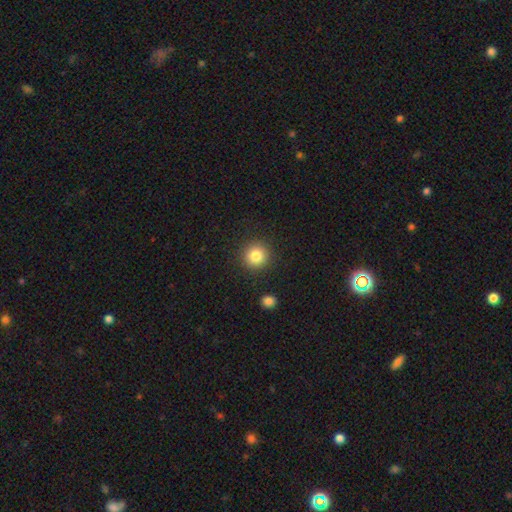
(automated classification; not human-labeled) Smooth or featured: smooth — 83% (star or artifact — 10%)
How rounded: round — 94% (in between — 5%)
Merging: none — 90% (minor disturbance — 6%)